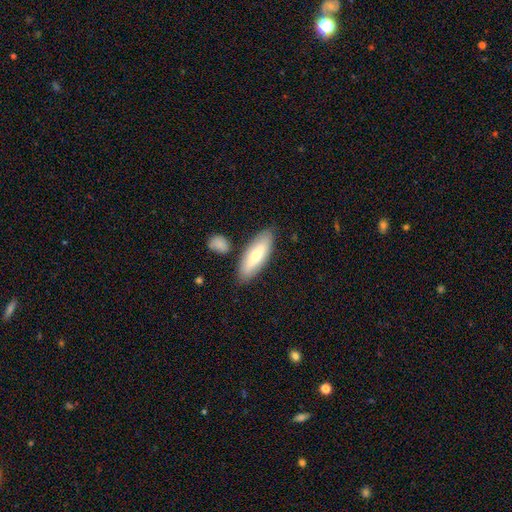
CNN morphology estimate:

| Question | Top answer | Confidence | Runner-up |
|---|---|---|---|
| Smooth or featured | smooth | 64% | featured or disk (30%) |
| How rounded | in between | 62% | cigar-shaped (36%) |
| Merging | none | 80% | minor disturbance (12%) |